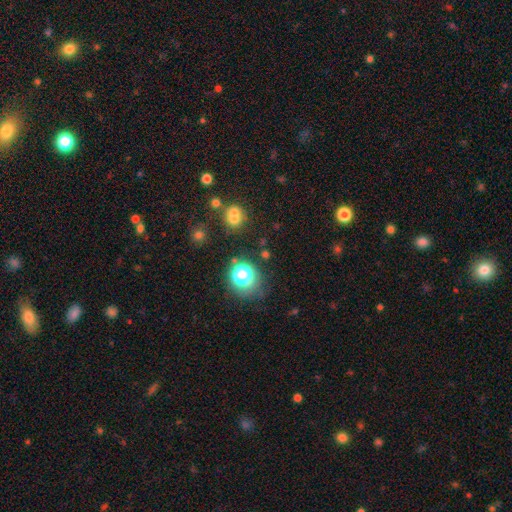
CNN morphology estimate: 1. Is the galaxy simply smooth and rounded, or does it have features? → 59% smooth, 34% star or artifact, 7% featured or disk.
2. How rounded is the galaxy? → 79% round, 20% in between, 2% cigar-shaped.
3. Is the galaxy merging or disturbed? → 79% none, 9% minor disturbance, 8% merger, 4% major disturbance.